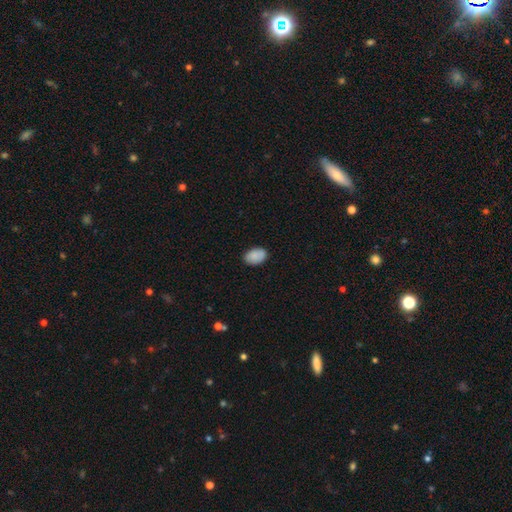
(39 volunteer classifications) Q: Smooth or featured?
A: smooth (95%); runner-up: featured or disk (3%)
Q: How rounded?
A: in between (92%); runner-up: round (8%)
Q: Merging?
A: none (95%); runner-up: minor disturbance (5%)